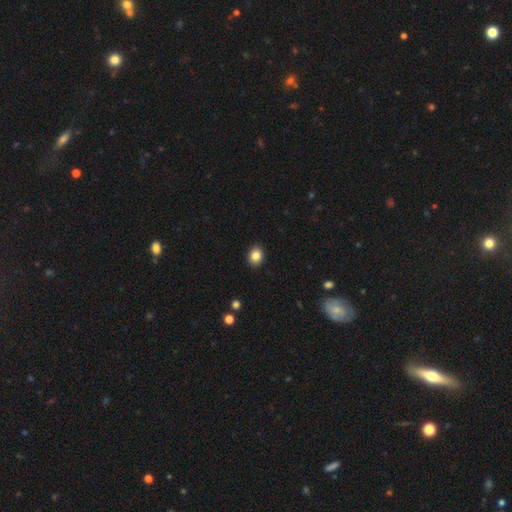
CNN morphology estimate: Smooth or featured? smooth (84%)
How rounded? round (51%)
Merging? none (91%)